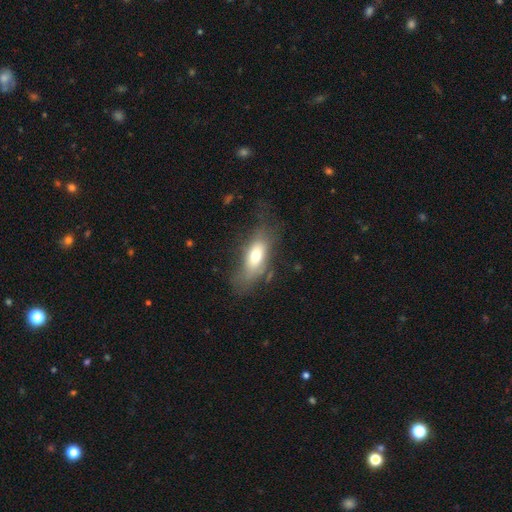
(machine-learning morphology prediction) This appears to be a smooth galaxy with no disk features (66%) that is in between round and cigar-shaped (79%). Merging: none (50%).